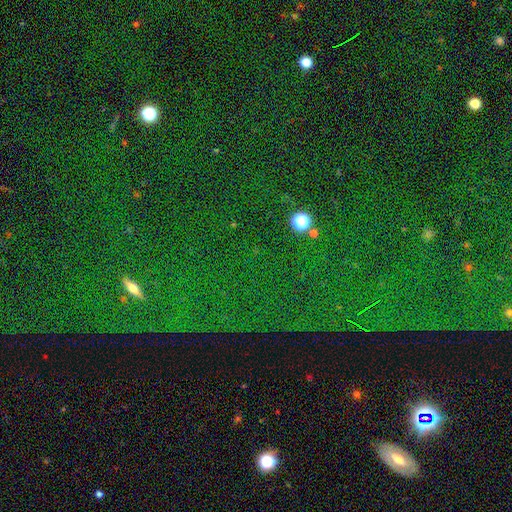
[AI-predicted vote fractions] This is clearly a star or artifact rather than a galaxy (83%).